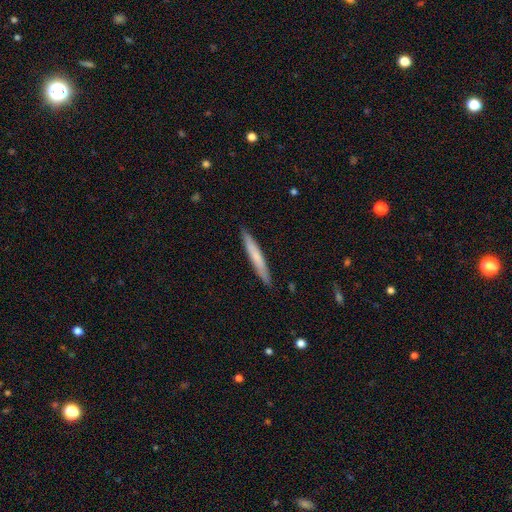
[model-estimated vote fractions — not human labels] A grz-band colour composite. It shows a smooth galaxy with no disk features (66%) that is cigar-shaped (96%). Merging: none (91%).